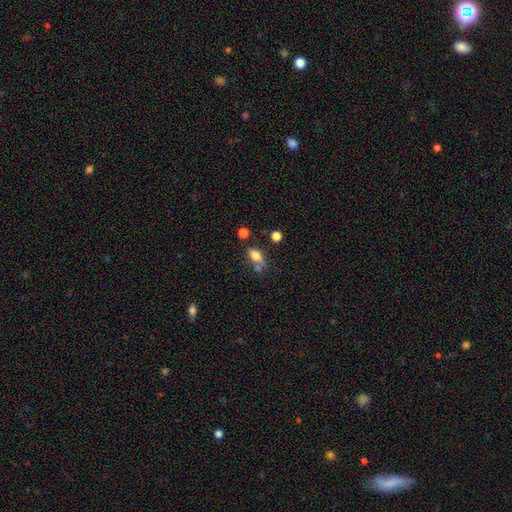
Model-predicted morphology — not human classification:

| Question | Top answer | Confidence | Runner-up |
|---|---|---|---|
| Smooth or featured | smooth | 77% | featured or disk (13%) |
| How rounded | in between | 81% | round (12%) |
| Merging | none | 51% | merger (21%) |